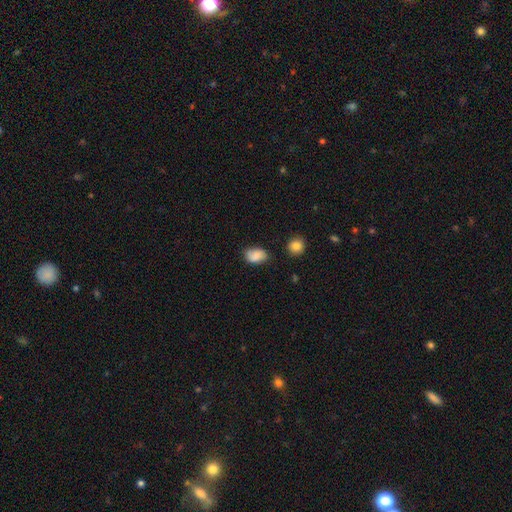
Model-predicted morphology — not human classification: smooth 83%, featured or disk 9%, star or artifact 8%. Down the decision tree: how rounded — in between (82%); merging — none (72%).